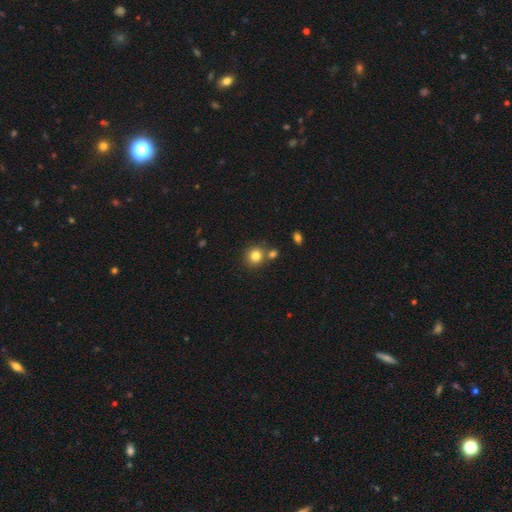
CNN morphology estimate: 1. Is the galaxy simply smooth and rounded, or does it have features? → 81% smooth, 12% star or artifact, 7% featured or disk.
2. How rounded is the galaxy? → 88% round, 11% in between, 1% cigar-shaped.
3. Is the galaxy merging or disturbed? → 70% none, 18% merger, 9% minor disturbance, 3% major disturbance.